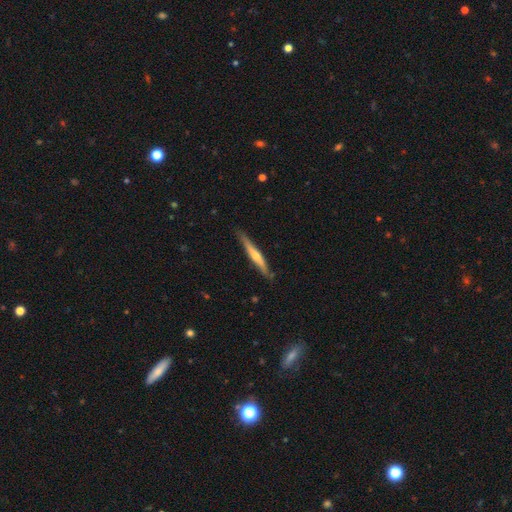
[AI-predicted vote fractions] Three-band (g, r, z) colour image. It shows a featured or disk galaxy (56%) viewed edge-on (95%) with a rounded central bulge (76%). Merging: none (83%).